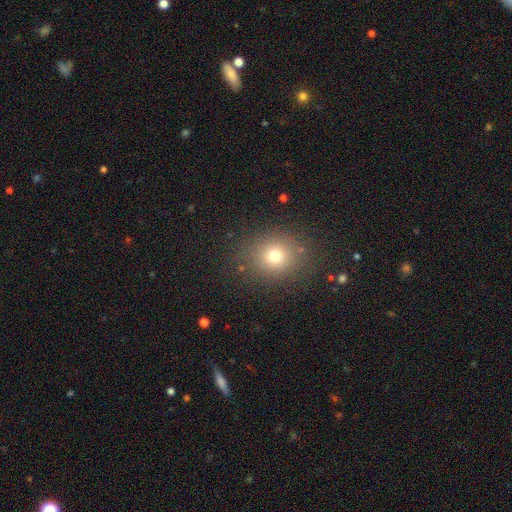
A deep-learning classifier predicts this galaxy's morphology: A smooth galaxy with no disk features (66%) that is round (68%).

Vote fractions:
- Smooth or featured? smooth: 66% / star or artifact: 25% / featured or disk: 8%
- How rounded? round: 68% / in between: 31% / cigar-shaped: 1%
- Merging? none: 89% / minor disturbance: 7% / major disturbance: 2% / merger: 1%